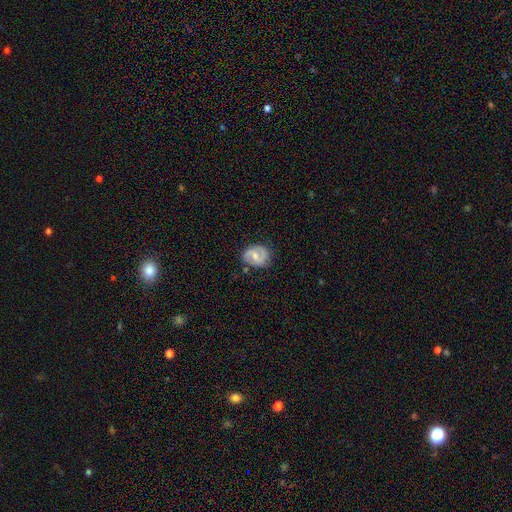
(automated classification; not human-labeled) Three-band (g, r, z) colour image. It shows a featured or disk galaxy (68%) with a weak bar (54%), 2 (86%) medium (49%) spiral arms (89%) and a moderate central bulge (52%). Merging: none (74%).